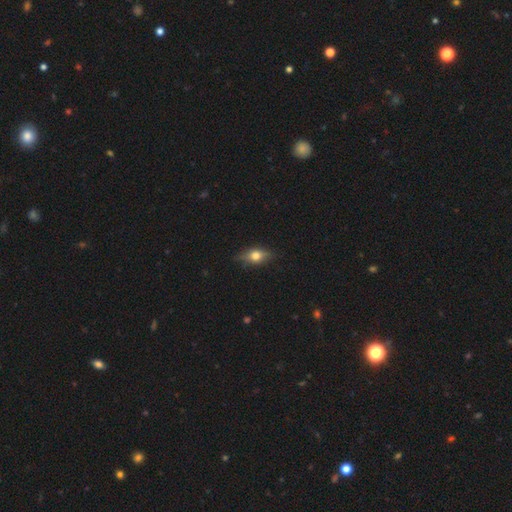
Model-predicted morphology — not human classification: Q: Smooth or featured?
A: smooth (54%); runner-up: featured or disk (37%)
Q: How rounded?
A: in between (69%); runner-up: cigar-shaped (16%)
Q: Merging?
A: none (81%); runner-up: minor disturbance (15%)